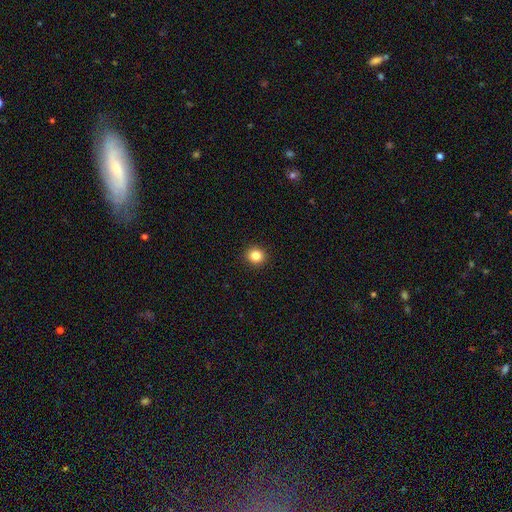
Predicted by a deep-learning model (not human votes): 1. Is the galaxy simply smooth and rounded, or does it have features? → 84% smooth, 12% star or artifact, 5% featured or disk.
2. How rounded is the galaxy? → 89% round, 10% in between, 1% cigar-shaped.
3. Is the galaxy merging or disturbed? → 93% none, 5% minor disturbance, 2% major disturbance, 1% merger.